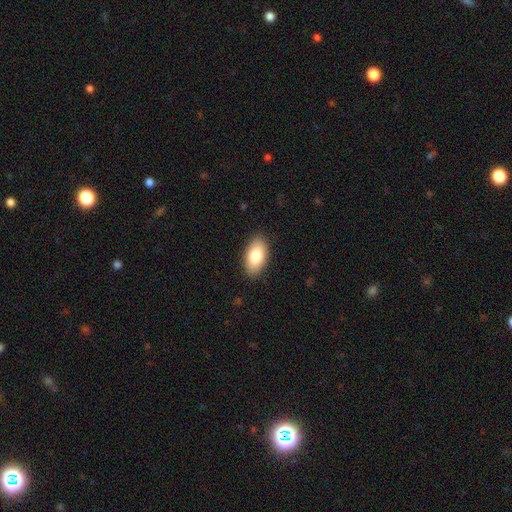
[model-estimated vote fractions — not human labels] A smooth galaxy with no disk features (82%) that is in between round and cigar-shaped (94%).

Vote fractions:
- Smooth or featured? smooth: 82% / featured or disk: 12% / star or artifact: 6%
- How rounded? in between: 94% / round: 3% / cigar-shaped: 3%
- Merging? none: 88% / minor disturbance: 9% / major disturbance: 2% / merger: 1%